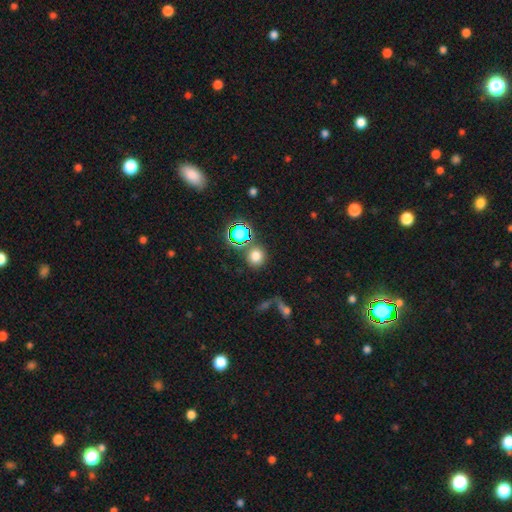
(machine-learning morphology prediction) A smooth galaxy with no disk features (73%) that is round (85%).

Vote fractions:
- Smooth or featured? smooth: 73% / star or artifact: 21% / featured or disk: 7%
- How rounded? round: 85% / in between: 13% / cigar-shaped: 1%
- Merging? none: 80% / minor disturbance: 9% / merger: 8% / major disturbance: 4%